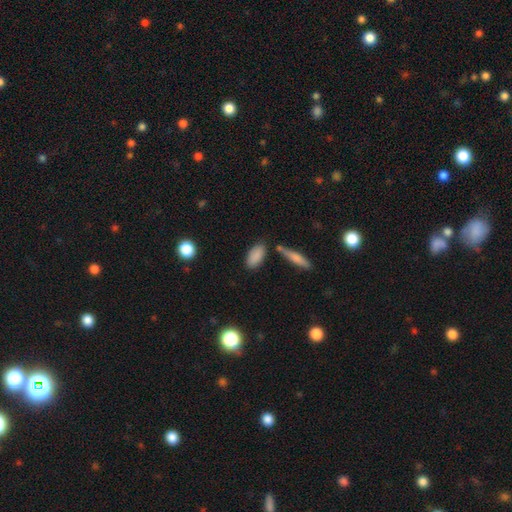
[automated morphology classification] type=smooth (87%); roundness=in between (87%); merging=none (74%).